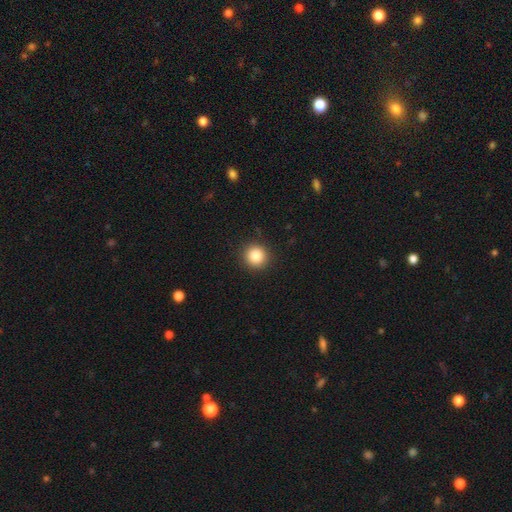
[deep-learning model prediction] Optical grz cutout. It shows a smooth galaxy with no disk features (84%) that is round (94%). Merging: none (92%).